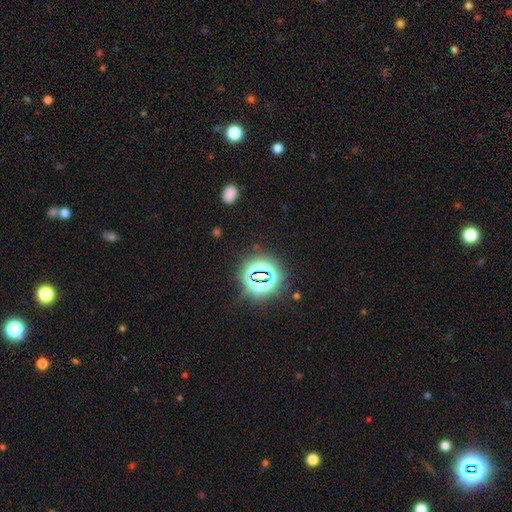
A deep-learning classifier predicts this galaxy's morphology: The model was most divided on "smooth or featured": star or artifact: 76%, smooth: 15%, featured or disk: 8%.